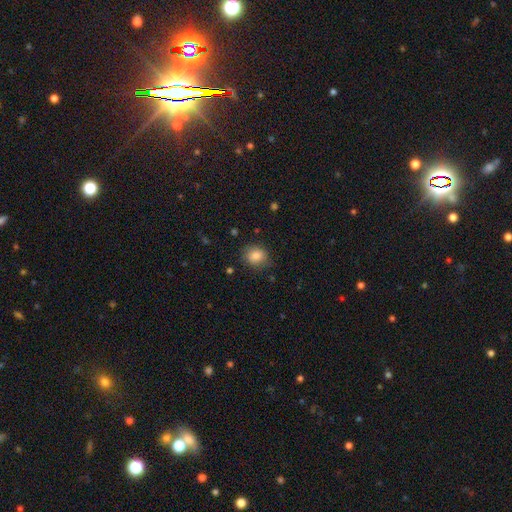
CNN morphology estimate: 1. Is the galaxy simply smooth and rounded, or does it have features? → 83% smooth, 10% star or artifact, 8% featured or disk.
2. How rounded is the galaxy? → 66% round, 34% in between, 1% cigar-shaped.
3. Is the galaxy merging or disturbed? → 81% none, 14% minor disturbance, 3% major disturbance, 1% merger.